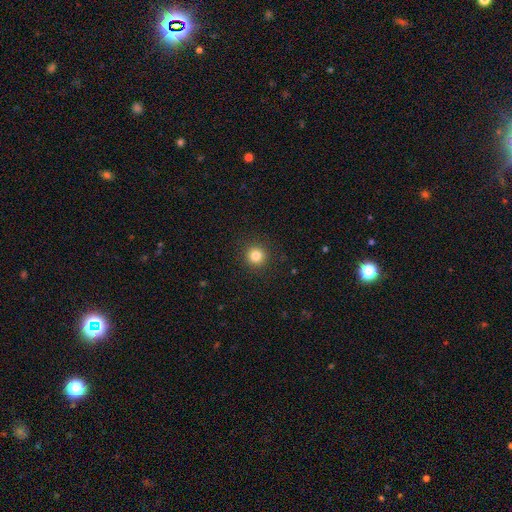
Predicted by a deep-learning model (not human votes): This is clearly a smooth galaxy (83%). How rounded: clearly round (95%). Merging: clearly none (92%).